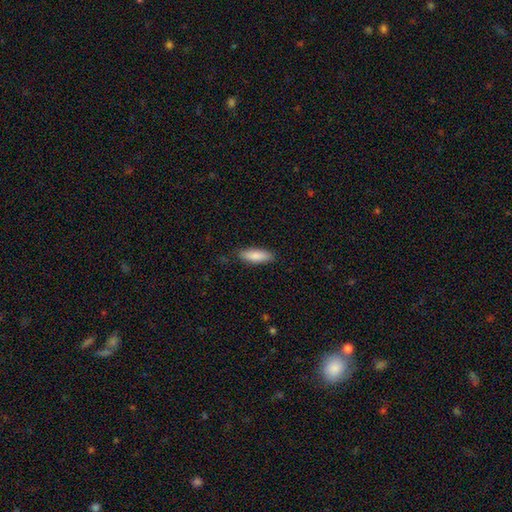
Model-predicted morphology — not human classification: The model was most divided on "how rounded": in between: 58%, cigar-shaped: 41%, round: 2%. More confident: smooth or featured — smooth (87%); merging — none (86%).